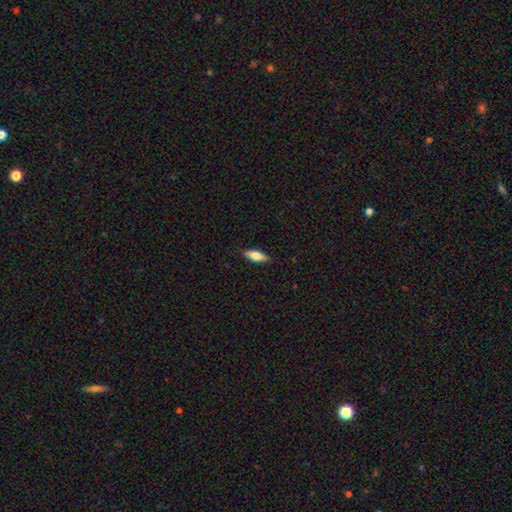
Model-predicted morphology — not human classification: Smooth or featured? Predicted: smooth (p=0.60). How rounded? Predicted: in between (p=0.56). Merging? Predicted: none (p=0.86).